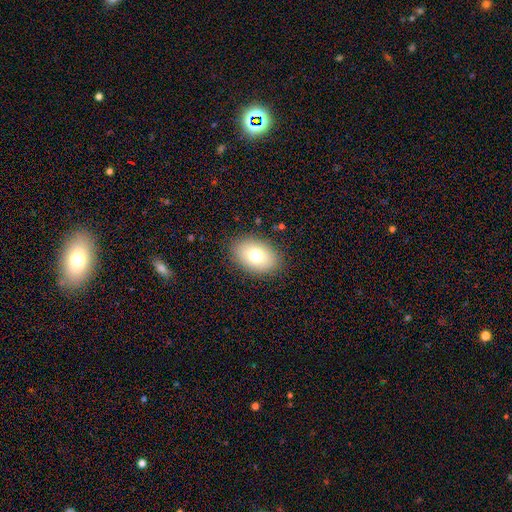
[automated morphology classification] Smooth or featured? smooth (74%)
How rounded? in between (82%)
Merging? none (86%)